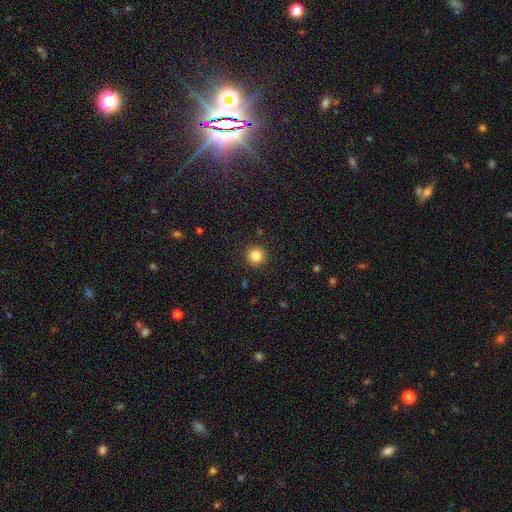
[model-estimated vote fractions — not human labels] smooth-or-featured: smooth: 85% | star or artifact: 11% | featured or disk: 5%
  how-rounded: round: 95% | in between: 4% | cigar-shaped: 1%
  merging: none: 92% | minor disturbance: 5% | major disturbance: 2% | merger: 1%